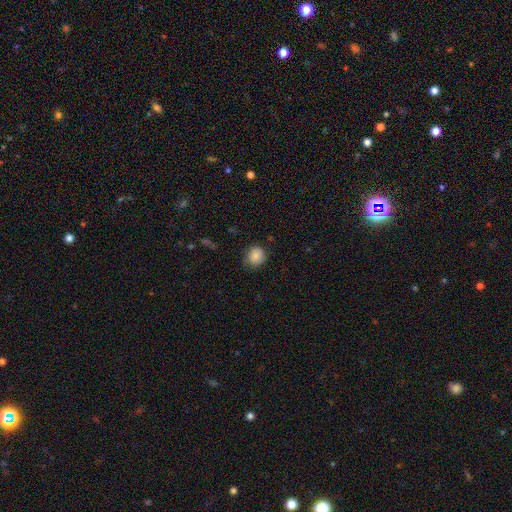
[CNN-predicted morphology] smooth-or-featured: smooth: 85% | star or artifact: 8% | featured or disk: 6%
  how-rounded: round: 73% | in between: 26% | cigar-shaped: 1%
  merging: none: 75% | minor disturbance: 20% | major disturbance: 5% | merger: 1%